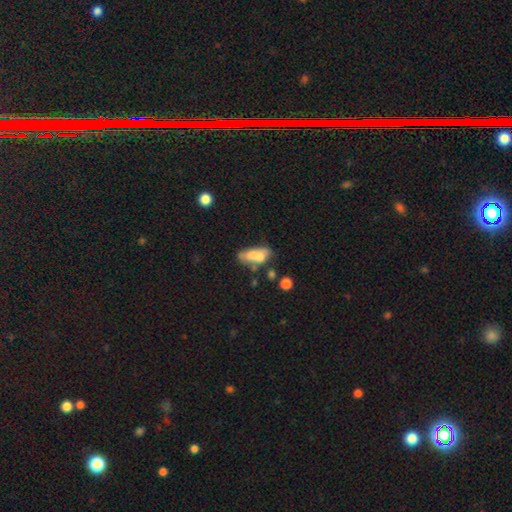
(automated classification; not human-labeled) Smooth or featured?
  - smooth: 56% *
  - featured or disk: 34%
  - star or artifact: 9%
How rounded?
  - in between: 79% *
  - cigar-shaped: 16%
  - round: 6%
Merging?
  - merger: 37% *
  - none: 31%
  - minor disturbance: 19%
  - major disturbance: 13%